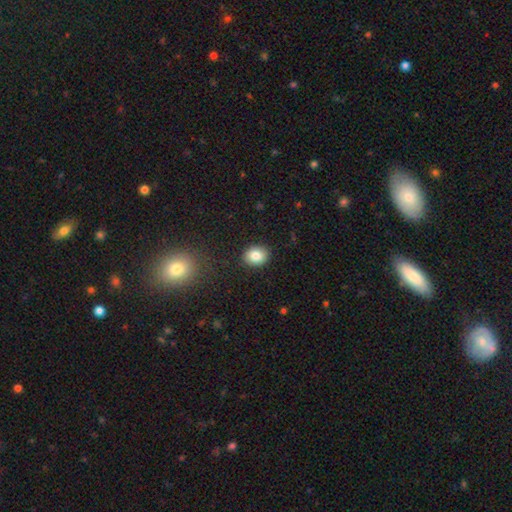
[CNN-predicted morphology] A smooth galaxy with no disk features (84%) that is round (62%). Merging: none (90%).